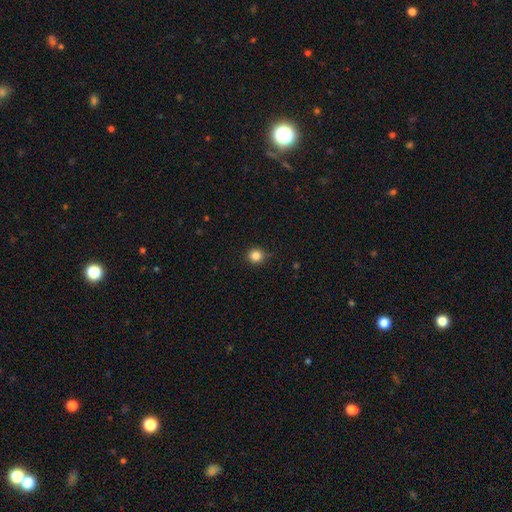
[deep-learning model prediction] The model was most divided on "smooth or featured": smooth: 84%, star or artifact: 12%, featured or disk: 4%. More confident: how rounded — round (93%); merging — none (88%).